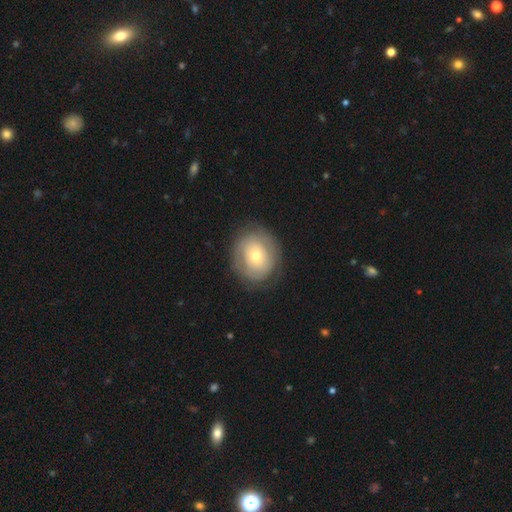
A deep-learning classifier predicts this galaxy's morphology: Smooth or featured: smooth — 50% (featured or disk — 43%)
How rounded: round — 69% (in between — 30%)
Merging: none — 80% (minor disturbance — 14%)